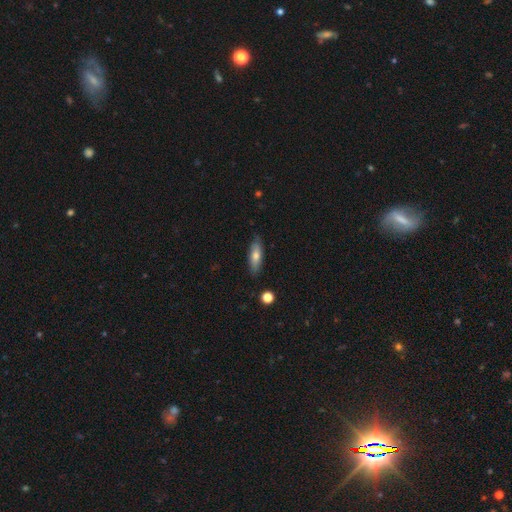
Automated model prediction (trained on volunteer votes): smooth 67%, featured or disk 26%, star or artifact 7%. Down the decision tree: how rounded — in between (53%); merging — none (83%).